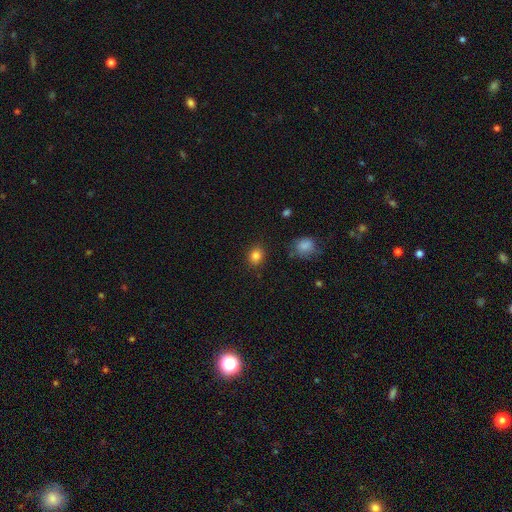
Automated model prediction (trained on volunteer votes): Overall: smooth (83%). How rounded: round (64%; in between 35%). Merging: none (85%).